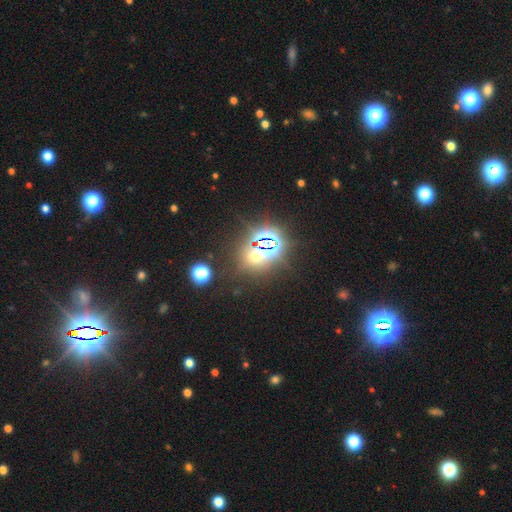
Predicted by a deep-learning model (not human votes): Smooth or featured? star or artifact (61%)